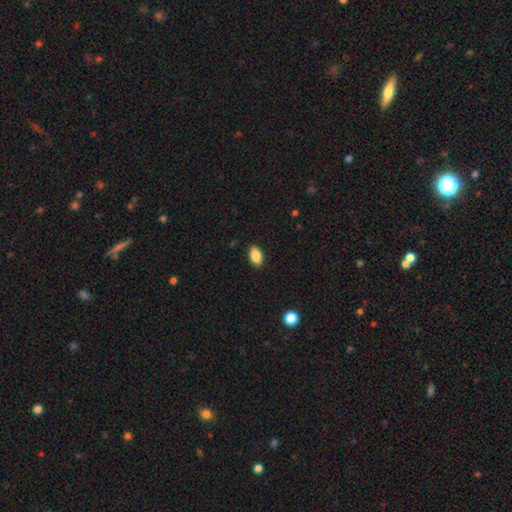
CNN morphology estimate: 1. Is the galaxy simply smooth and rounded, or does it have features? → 87% smooth, 8% star or artifact, 5% featured or disk.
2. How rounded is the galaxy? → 91% in between, 5% round, 3% cigar-shaped.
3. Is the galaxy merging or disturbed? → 89% none, 8% minor disturbance, 2% major disturbance, 1% merger.